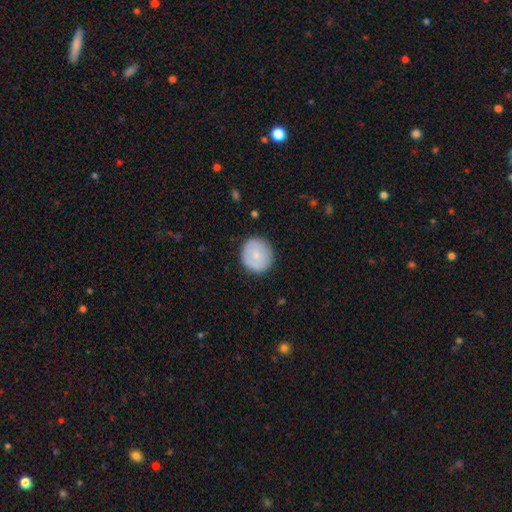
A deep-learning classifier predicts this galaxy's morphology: Smooth or featured? Predicted: smooth (p=0.75). How rounded? Predicted: round (p=0.85). Merging? Predicted: none (p=0.85).